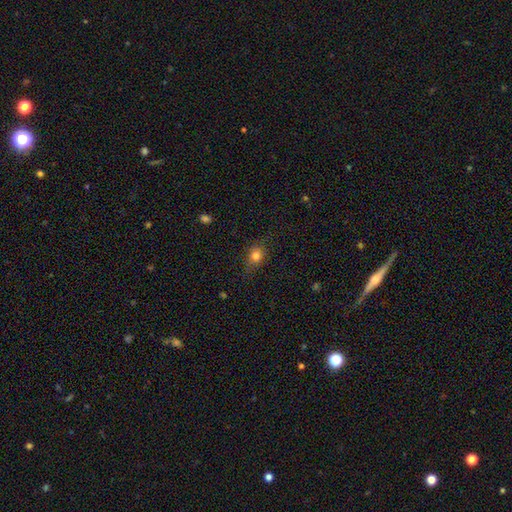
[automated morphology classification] type=smooth (78%); roundness=round (49%); merging=none (75%).